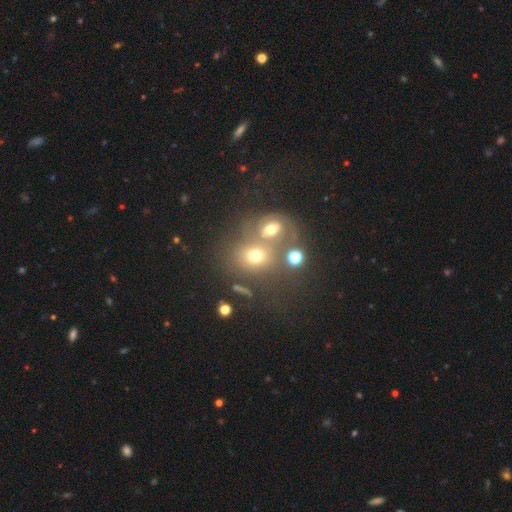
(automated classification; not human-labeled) Smooth or featured: smooth — 61% (featured or disk — 23%)
How rounded: round — 60% (in between — 39%)
Merging: merger — 49% (none — 34%)